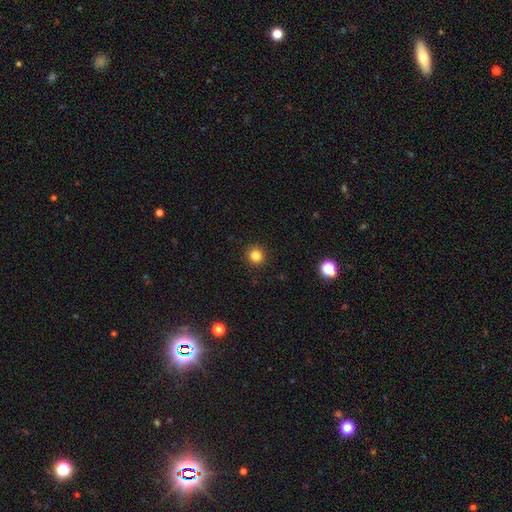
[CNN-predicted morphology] This is clearly a smooth galaxy (83%). How rounded: clearly round (93%). Merging: clearly none (93%).